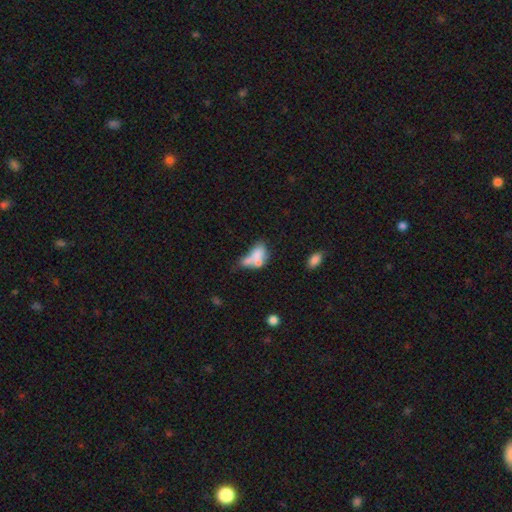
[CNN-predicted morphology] smooth_or_featured: smooth (p=0.63) [alt: featured or disk p=0.27]
how_rounded: in between (p=0.83) [alt: round p=0.11]
merging: merger (p=0.51) [alt: none p=0.20]